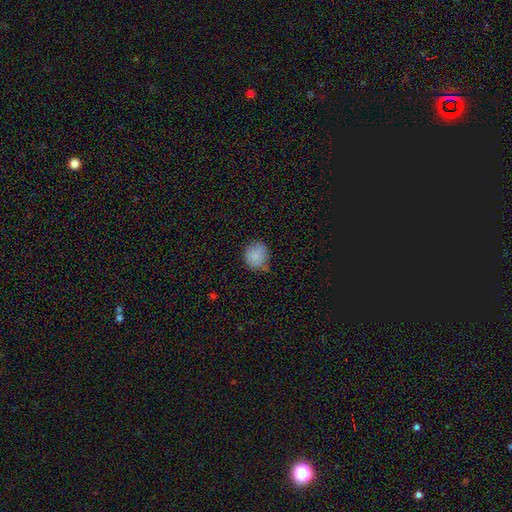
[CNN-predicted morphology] Q: Smooth or featured?
A: smooth (85%); runner-up: star or artifact (9%)
Q: How rounded?
A: round (82%); runner-up: in between (17%)
Q: Merging?
A: none (66%); runner-up: minor disturbance (26%)